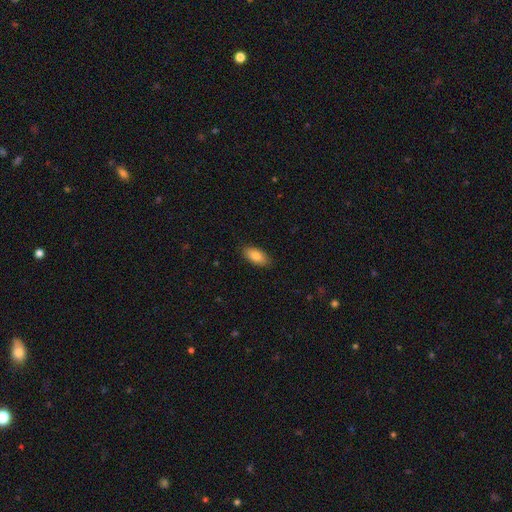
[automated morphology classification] smooth-or-featured: smooth: 85% | featured or disk: 9% | star or artifact: 7%
  how-rounded: in between: 91% | cigar-shaped: 7% | round: 3%
  merging: none: 88% | minor disturbance: 9% | major disturbance: 2% | merger: 1%